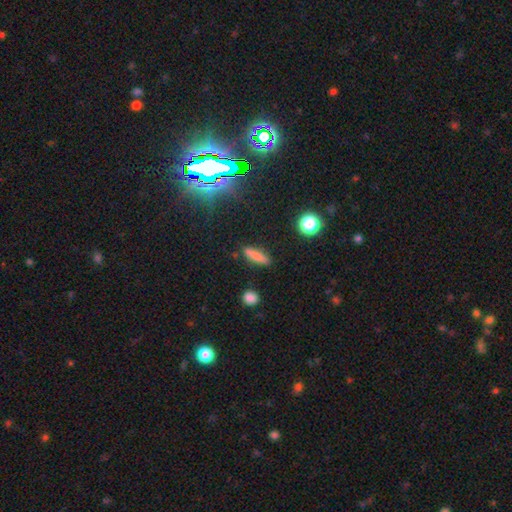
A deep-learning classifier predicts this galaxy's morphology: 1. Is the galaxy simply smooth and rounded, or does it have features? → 80% smooth, 11% featured or disk, 10% star or artifact.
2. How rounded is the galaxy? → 74% cigar-shaped, 23% in between, 3% round.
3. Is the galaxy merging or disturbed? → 85% none, 10% minor disturbance, 2% major disturbance, 2% merger.